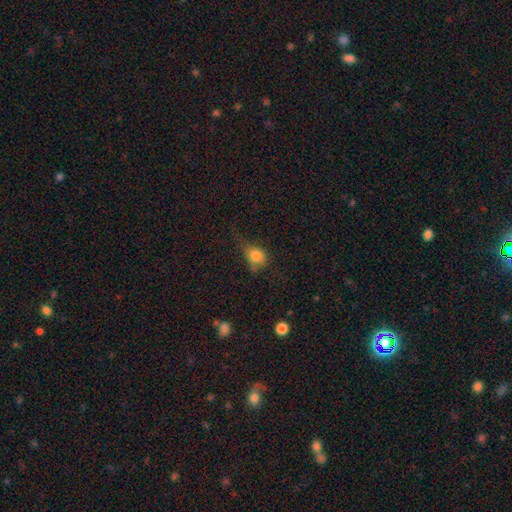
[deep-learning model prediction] Overall: smooth (78%). How rounded: round (54%; in between 44%). Merging: none (44%; minor disturbance 33%).